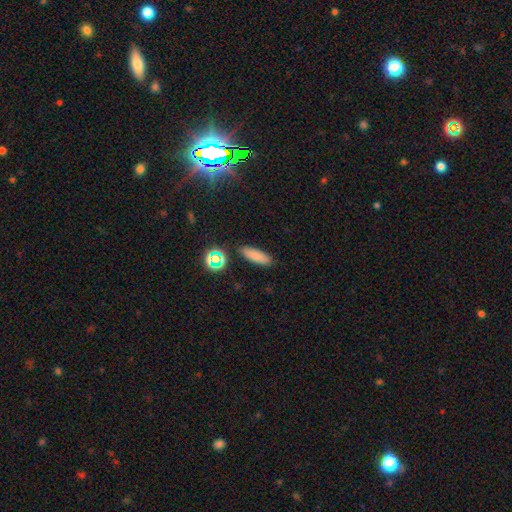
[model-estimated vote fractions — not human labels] Smooth or featured?
  - smooth: 79% *
  - star or artifact: 13%
  - featured or disk: 8%
How rounded?
  - in between: 52% *
  - cigar-shaped: 44%
  - round: 4%
Merging?
  - none: 87% *
  - minor disturbance: 8%
  - major disturbance: 2%
  - merger: 2%